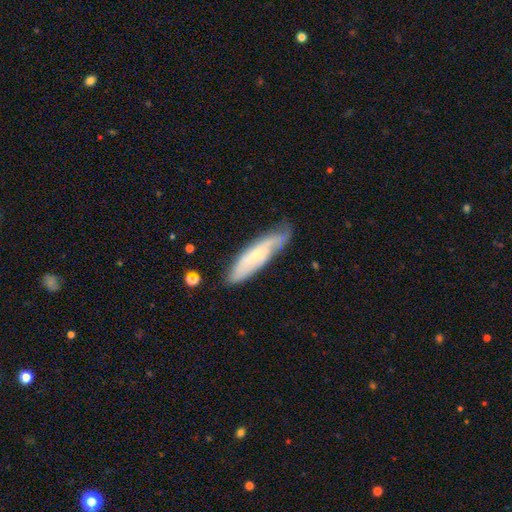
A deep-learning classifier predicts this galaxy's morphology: Smooth or featured? Predicted: featured or disk (p=0.53). Edge-on disk? Predicted: no (p=0.65). Merging? Predicted: none (p=0.64).